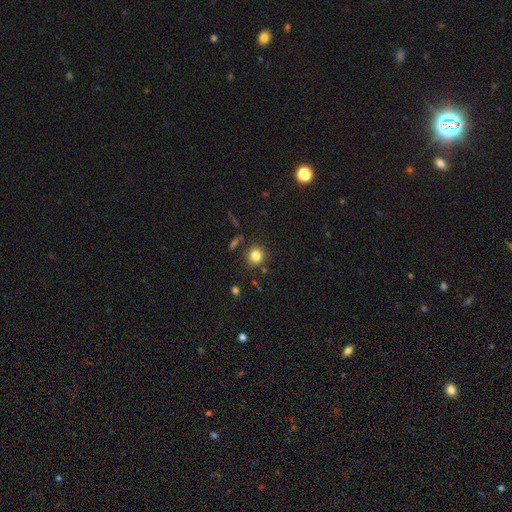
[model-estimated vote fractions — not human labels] This is clearly a smooth galaxy (80%). How rounded: clearly round (89%). Merging: clearly none (83%).